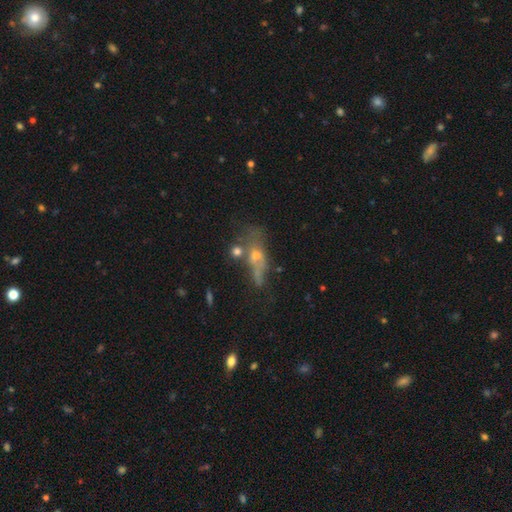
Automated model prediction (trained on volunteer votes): A featured or disk galaxy (40%).

Vote fractions:
- Smooth or featured? featured or disk: 40% / smooth: 38% / star or artifact: 22%
- Merging? none: 37% / merger: 24% / major disturbance: 20% / minor disturbance: 19%